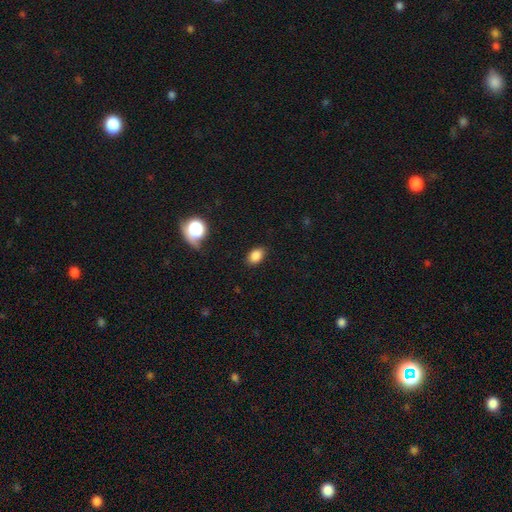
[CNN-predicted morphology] smooth_or_featured: smooth (p=0.84) [alt: star or artifact p=0.11]
how_rounded: in between (p=0.81) [alt: round p=0.18]
merging: none (p=0.85) [alt: minor disturbance p=0.11]